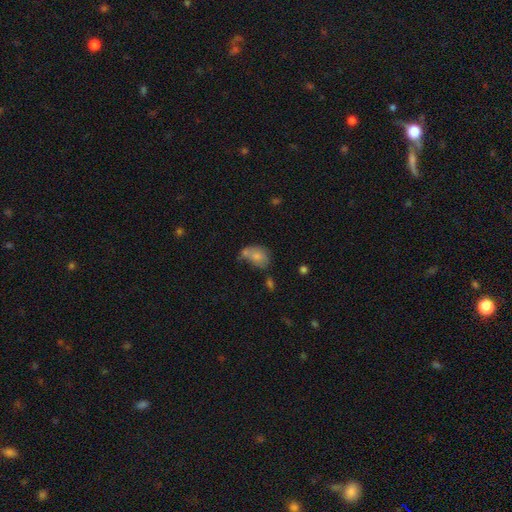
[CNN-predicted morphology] Overall: smooth (75%). How rounded: in between (74%). Merging: none (35%; merger 33%).